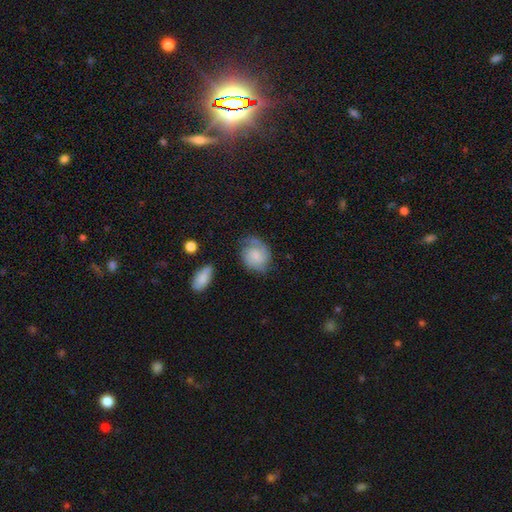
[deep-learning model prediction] Q: Smooth or featured?
A: featured or disk (67%); runner-up: smooth (26%)
Q: Edge-on disk?
A: no (98%); runner-up: yes (2%)
Q: Bar?
A: no (59%); runner-up: weak (35%)
Q: Spiral arms?
A: yes (94%); runner-up: no (6%)
Q: Spiral winding?
A: tight (49%); runner-up: medium (38%)
Q: Spiral arm count?
A: 2 (59%); runner-up: 1 (17%)
Q: Bulge size?
A: none (36%); runner-up: small (34%)
Q: Merging?
A: none (65%); runner-up: minor disturbance (22%)